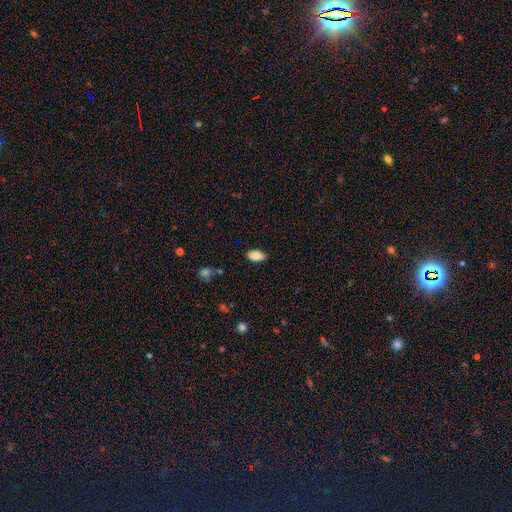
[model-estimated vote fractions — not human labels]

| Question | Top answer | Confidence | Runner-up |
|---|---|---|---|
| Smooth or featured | smooth | 88% | star or artifact (8%) |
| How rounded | in between | 93% | cigar-shaped (4%) |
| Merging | none | 86% | minor disturbance (11%) |